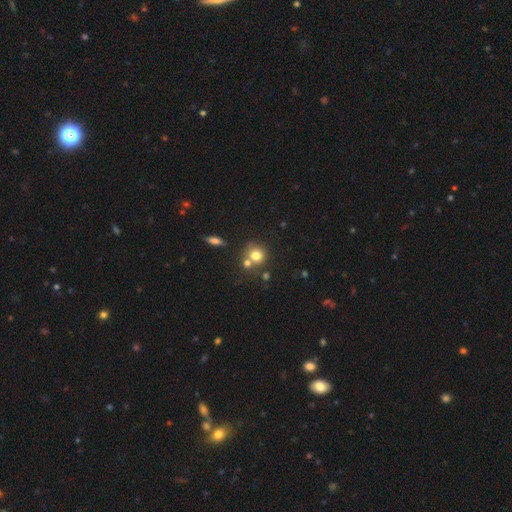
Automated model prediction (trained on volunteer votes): Smooth or featured: smooth — 75% (featured or disk — 13%)
How rounded: round — 85% (in between — 14%)
Merging: none — 52% (merger — 32%)